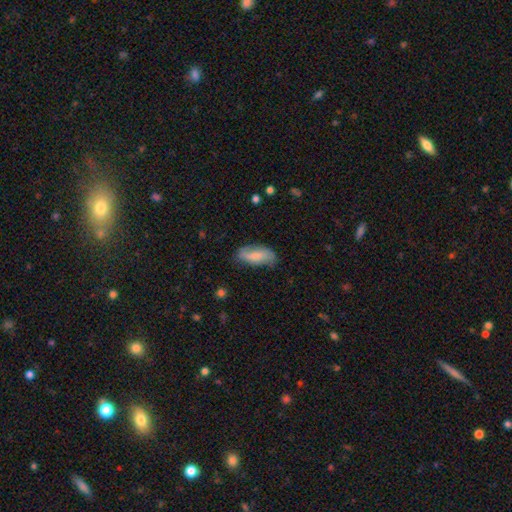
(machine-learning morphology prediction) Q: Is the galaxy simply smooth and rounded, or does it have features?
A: smooth — 66%.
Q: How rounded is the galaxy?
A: in between — 82%.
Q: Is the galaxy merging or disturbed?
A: none — 68%.